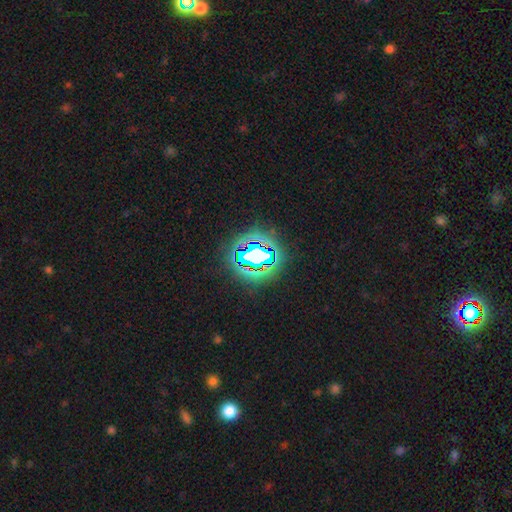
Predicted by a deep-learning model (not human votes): smooth-or-featured: star or artifact: 63% | smooth: 21% | featured or disk: 16%